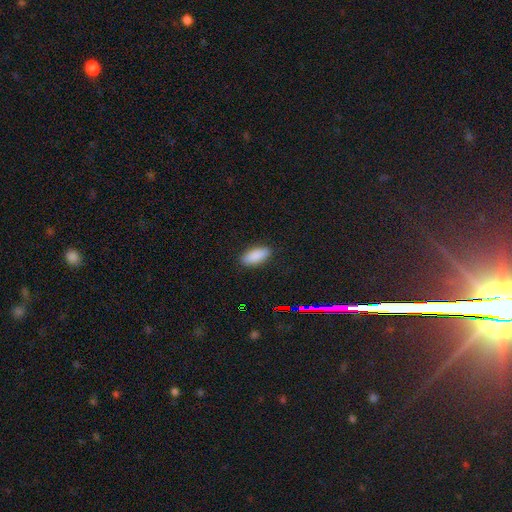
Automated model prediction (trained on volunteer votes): This is clearly a smooth galaxy (88%). How rounded: clearly in between (87%). Merging: clearly none (89%).